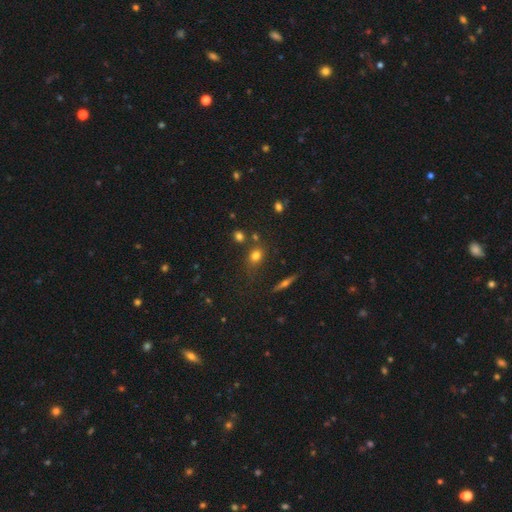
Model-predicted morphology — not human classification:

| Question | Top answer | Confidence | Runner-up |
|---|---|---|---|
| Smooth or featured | smooth | 73% | star or artifact (16%) |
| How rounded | round | 52% | in between (45%) |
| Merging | none | 70% | minor disturbance (15%) |